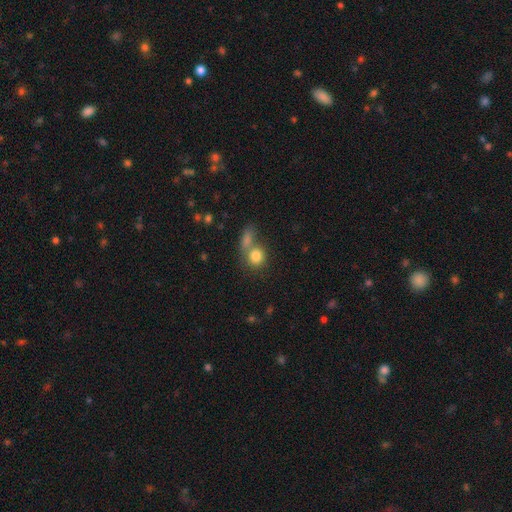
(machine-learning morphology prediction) This appears to be a smooth galaxy with no disk features (81%) that is round (78%). Merging: merger (45%).